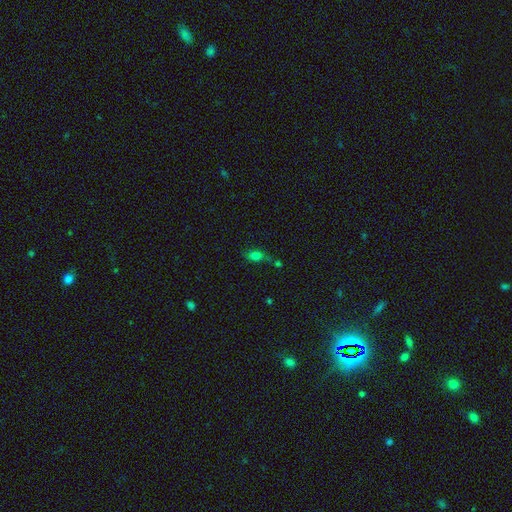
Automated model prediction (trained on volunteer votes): smooth-or-featured: smooth: 72% | star or artifact: 19% | featured or disk: 9%
  how-rounded: in between: 71% | round: 25% | cigar-shaped: 4%
  merging: none: 48% | merger: 23% | minor disturbance: 19% | major disturbance: 10%